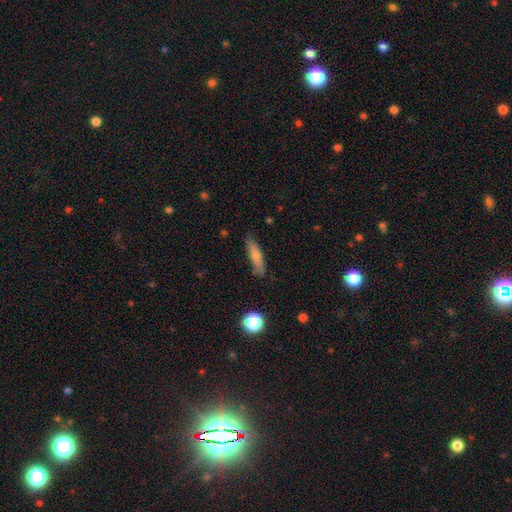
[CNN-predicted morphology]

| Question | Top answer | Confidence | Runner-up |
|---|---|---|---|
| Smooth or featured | smooth | 72% | featured or disk (21%) |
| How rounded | cigar-shaped | 74% | in between (24%) |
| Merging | none | 82% | minor disturbance (14%) |